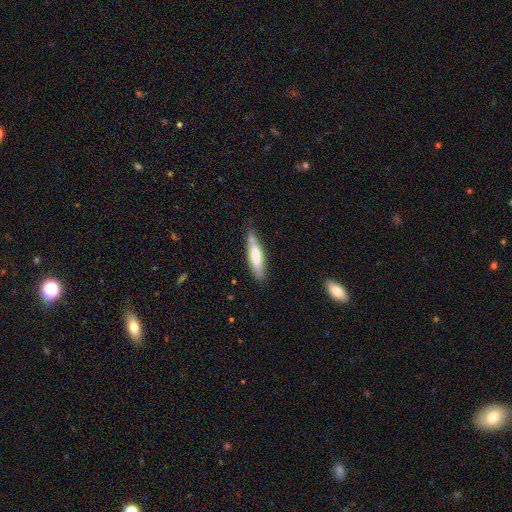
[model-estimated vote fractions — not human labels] The model was most divided on "smooth or featured": smooth: 65%, featured or disk: 29%, star or artifact: 6%. More confident: how rounded — cigar-shaped (76%); merging — none (69%).